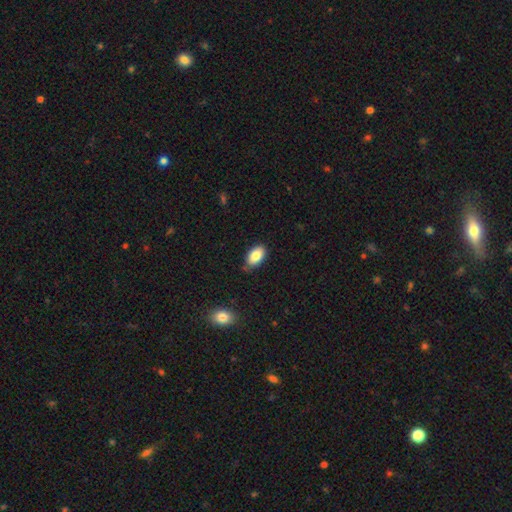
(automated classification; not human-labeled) Smooth or featured? Predicted: smooth (p=0.84). How rounded? Predicted: in between (p=0.93). Merging? Predicted: none (p=0.77).